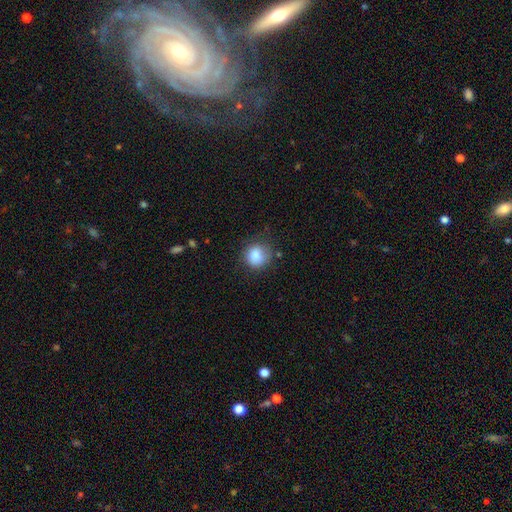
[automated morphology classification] Q: Smooth or featured?
A: smooth (85%); runner-up: star or artifact (9%)
Q: How rounded?
A: round (86%); runner-up: in between (13%)
Q: Merging?
A: none (69%); runner-up: minor disturbance (22%)